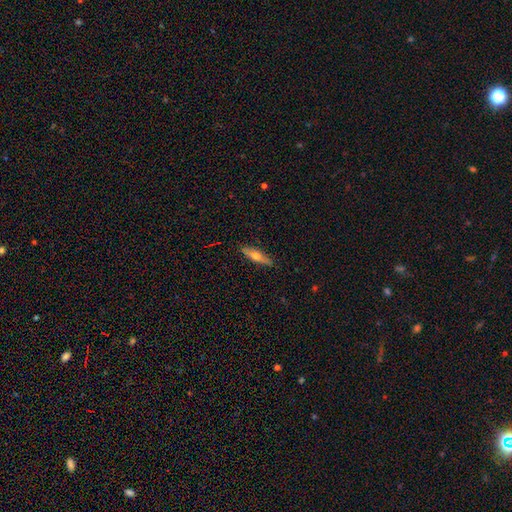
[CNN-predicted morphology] The model was most divided on "smooth or featured": smooth: 51%, featured or disk: 43%, star or artifact: 6%. More confident: merging — none (88%); how rounded — cigar-shaped (67%).